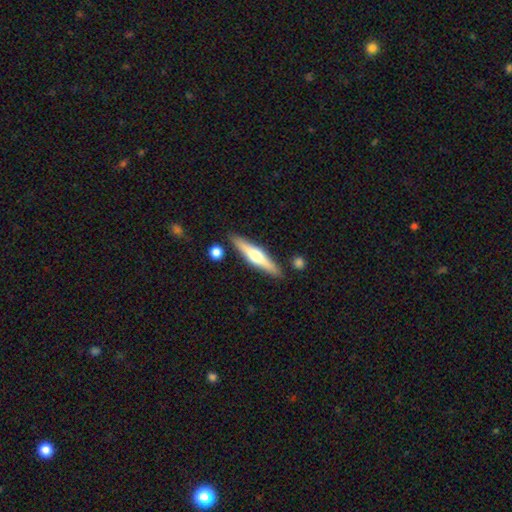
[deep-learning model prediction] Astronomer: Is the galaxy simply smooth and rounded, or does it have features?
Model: featured or disk — 61%.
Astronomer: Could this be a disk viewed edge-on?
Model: yes — 96%.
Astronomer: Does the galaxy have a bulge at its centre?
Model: rounded — 92%.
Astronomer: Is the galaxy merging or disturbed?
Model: none — 87%.